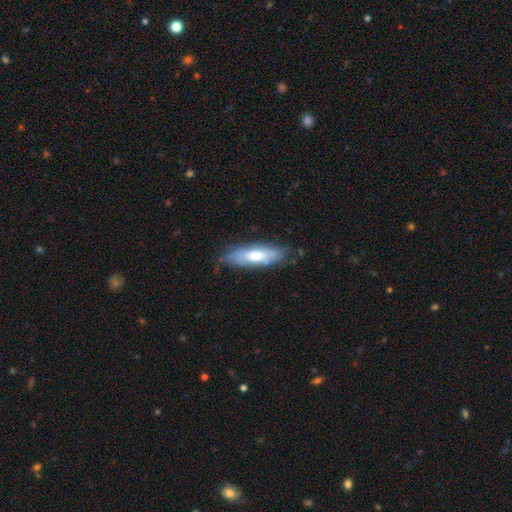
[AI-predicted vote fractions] Smooth or featured? Predicted: smooth (p=0.52). How rounded? Predicted: cigar-shaped (p=0.55). Merging? Predicted: none (p=0.74).